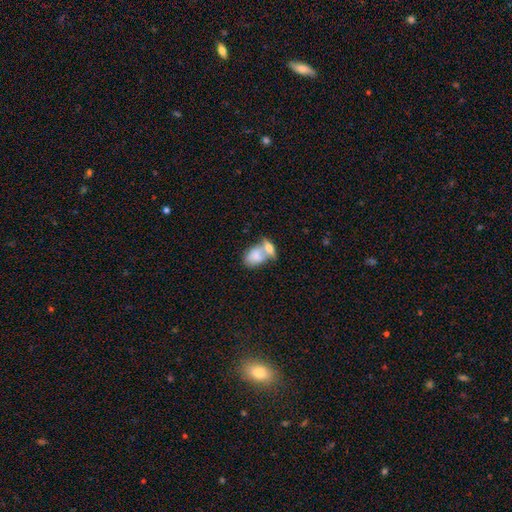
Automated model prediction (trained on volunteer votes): Smooth or featured? Predicted: smooth (p=0.72). How rounded? Predicted: in between (p=0.85). Merging? Predicted: merger (p=0.68).